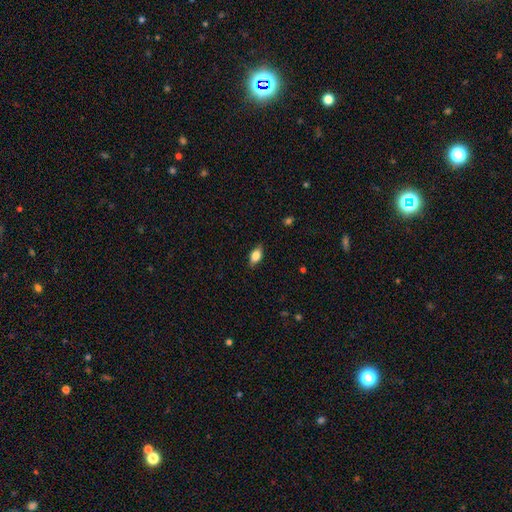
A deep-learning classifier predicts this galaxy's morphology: smooth 77%, featured or disk 15%, star or artifact 8%. Down the decision tree: how rounded — in between (85%); merging — none (83%).